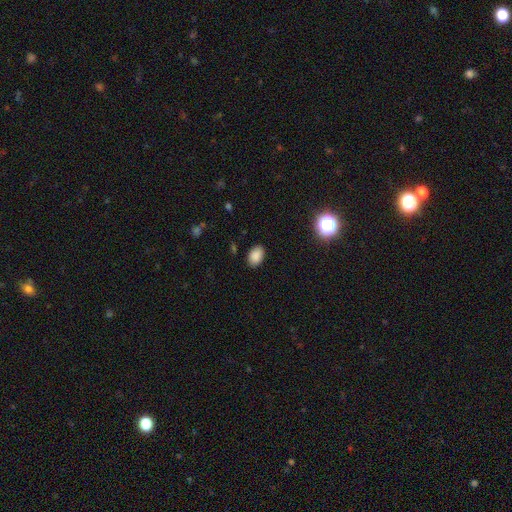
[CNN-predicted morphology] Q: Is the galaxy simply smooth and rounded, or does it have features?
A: smooth — 87%.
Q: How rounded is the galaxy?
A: in between — 83%.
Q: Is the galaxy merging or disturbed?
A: none — 87%.